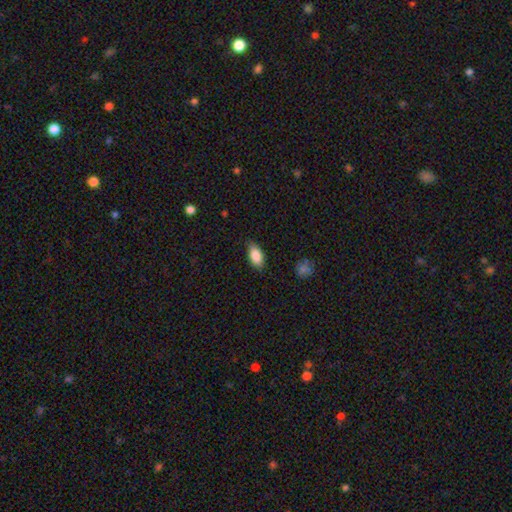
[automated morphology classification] Smooth or featured: smooth — 88% (star or artifact — 7%)
How rounded: in between — 92% (cigar-shaped — 4%)
Merging: none — 82% (minor disturbance — 14%)